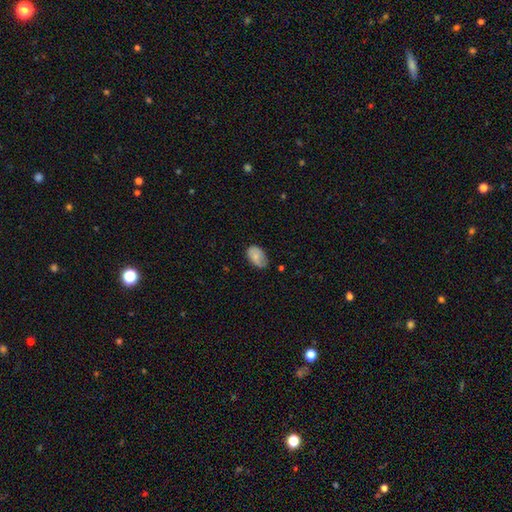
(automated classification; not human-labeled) Smooth or featured? smooth (68%)
How rounded? in between (90%)
Merging? none (62%)